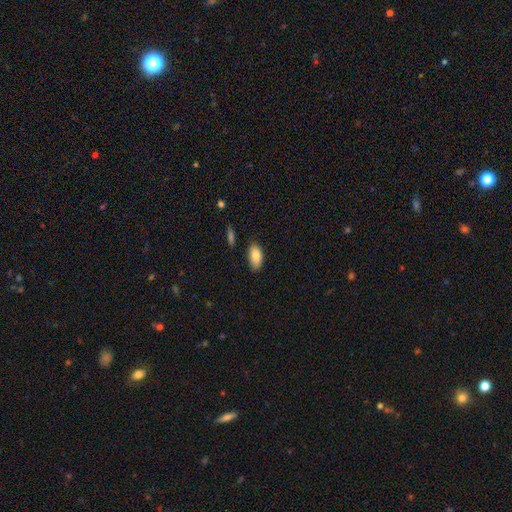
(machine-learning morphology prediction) smooth-or-featured: smooth: 85% | featured or disk: 8% | star or artifact: 7%
  how-rounded: in between: 93% | cigar-shaped: 4% | round: 3%
  merging: none: 78% | minor disturbance: 17% | major disturbance: 3% | merger: 2%